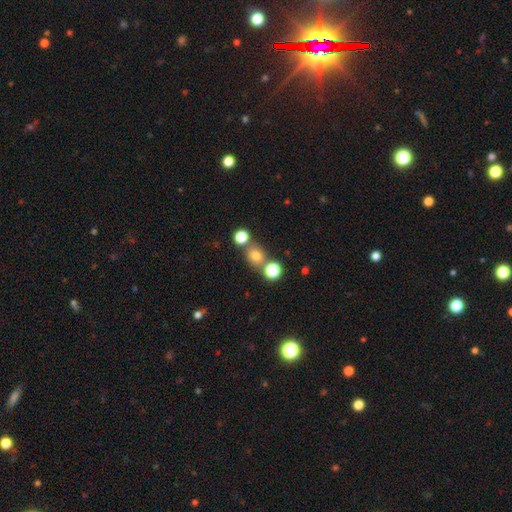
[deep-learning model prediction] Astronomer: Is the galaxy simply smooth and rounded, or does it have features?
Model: smooth — 74%.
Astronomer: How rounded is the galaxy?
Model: round — 74%.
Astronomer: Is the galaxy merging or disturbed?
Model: none — 66%.